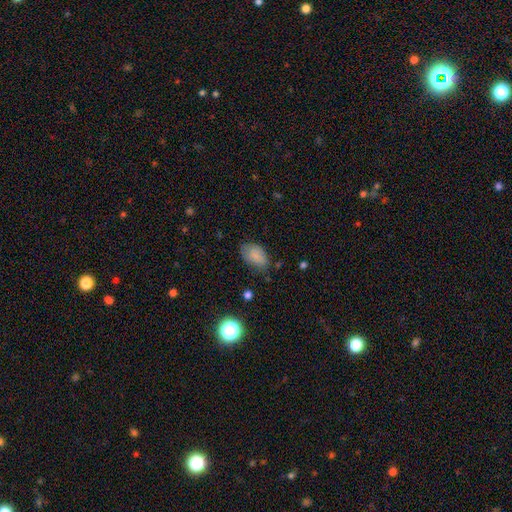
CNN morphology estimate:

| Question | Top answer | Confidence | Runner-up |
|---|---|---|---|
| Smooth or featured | smooth | 81% | featured or disk (10%) |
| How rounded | in between | 90% | round (8%) |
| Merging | none | 64% | minor disturbance (27%) |